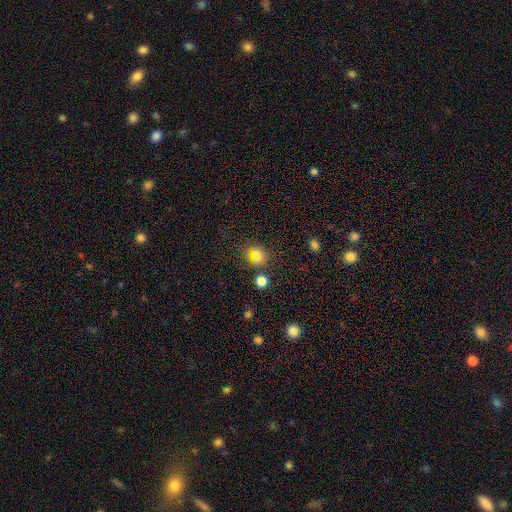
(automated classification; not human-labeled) A smooth galaxy with no disk features (70%) that is round (74%). Merging: none (76%).